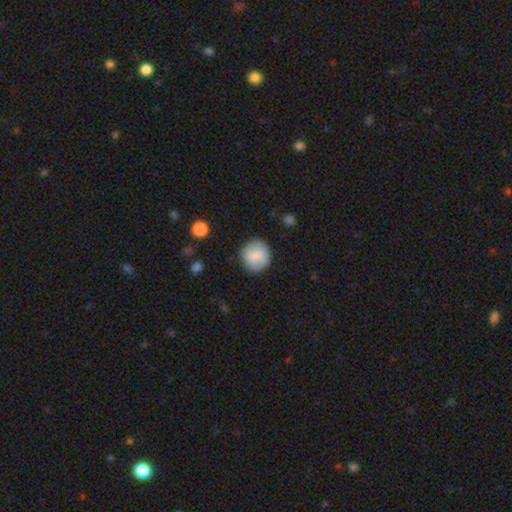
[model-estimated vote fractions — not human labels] Smooth or featured? Predicted: smooth (p=0.79). How rounded? Predicted: round (p=0.89). Merging? Predicted: none (p=0.85).